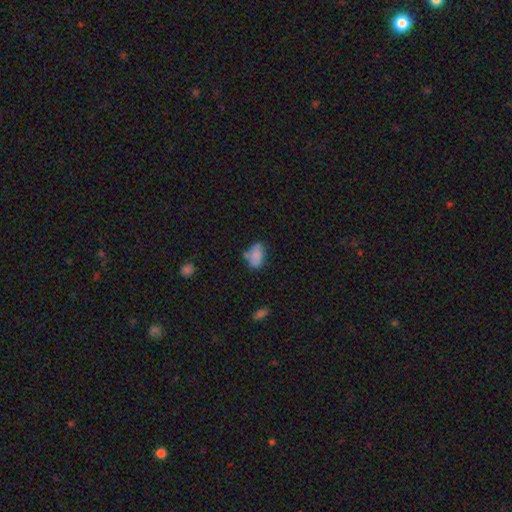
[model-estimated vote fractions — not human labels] A smooth galaxy with no disk features (76%) that is in between round and cigar-shaped (90%).

Vote fractions:
- Smooth or featured? smooth: 76% / featured or disk: 14% / star or artifact: 10%
- How rounded? in between: 90% / round: 8% / cigar-shaped: 3%
- Merging? none: 50% / minor disturbance: 25% / merger: 17% / major disturbance: 9%